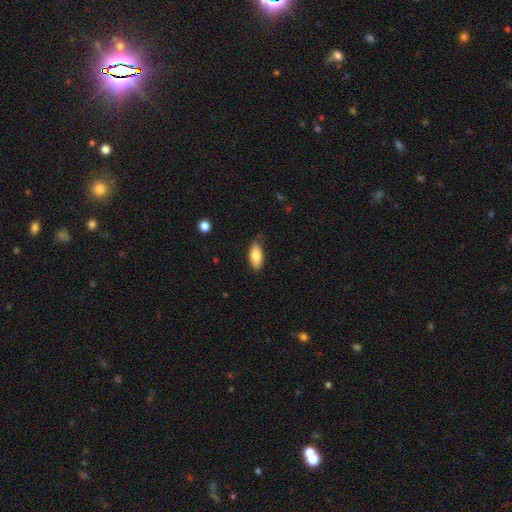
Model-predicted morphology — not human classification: Overall: smooth (82%). How rounded: in between (84%). Merging: none (75%).